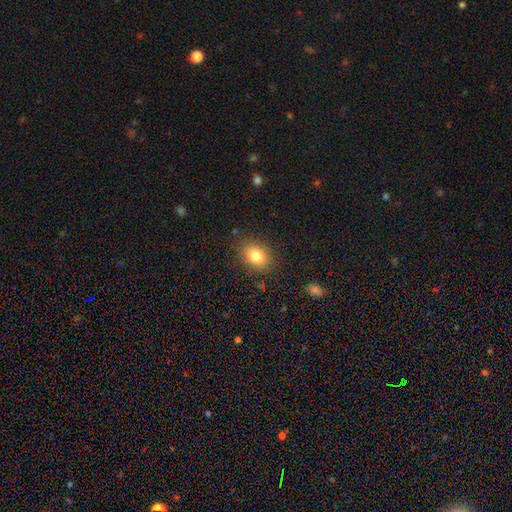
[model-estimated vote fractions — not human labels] A smooth galaxy with no disk features (81%) that is in between round and cigar-shaped (63%). Merging: none (85%).